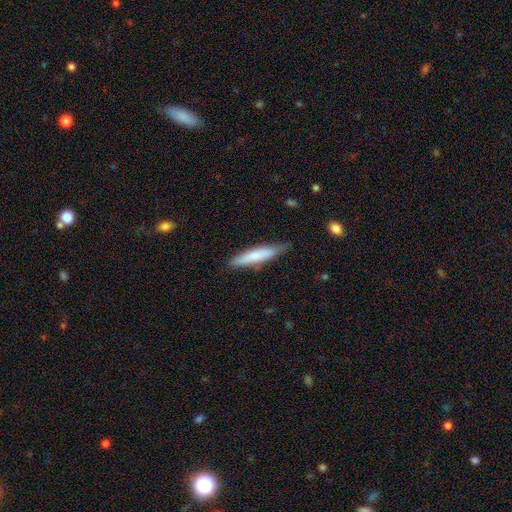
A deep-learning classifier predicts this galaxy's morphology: smooth 69%, featured or disk 25%, star or artifact 6%. Down the decision tree: how rounded — cigar-shaped (86%); merging — none (77%).